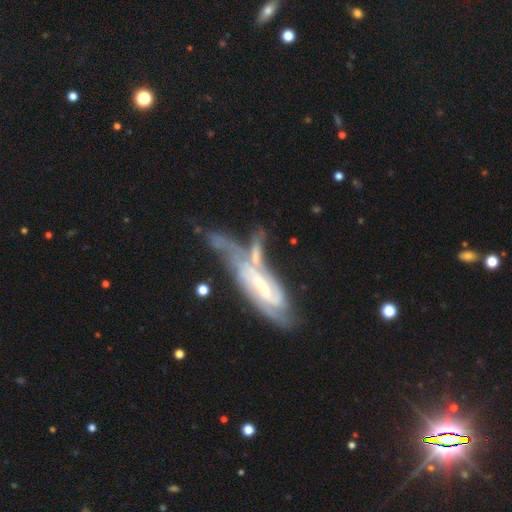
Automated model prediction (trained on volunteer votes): This appears to be a featured or disk galaxy (68%) with no bar (40%), spiral arms (79%) and a moderate central bulge (38%). Merging: merger (45%).